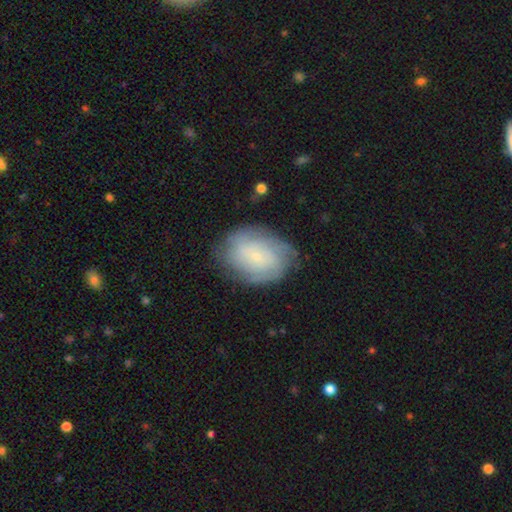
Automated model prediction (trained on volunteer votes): Smooth or featured?
  - featured or disk: 60% *
  - smooth: 32%
  - star or artifact: 8%
Edge-on disk?
  - no: 97% *
  - yes: 3%
Bar?
  - no: 72% *
  - weak: 23%
  - strong: 4%
Spiral arms?
  - yes: 88% *
  - no: 12%
Spiral winding?
  - tight: 62% *
  - medium: 28%
  - loose: 10%
Spiral arm count?
  - can't tell: 46% *
  - 2: 19%
  - 3: 14%
  - 4: 10%
  - 1: 5%
  - more than 4: 5%
Bulge size?
  - small: 80% *
  - moderate: 12%
  - none: 6%
  - large: 2%
  - dominant: 1%
Merging?
  - none: 74% *
  - minor disturbance: 18%
  - major disturbance: 7%
  - merger: 1%